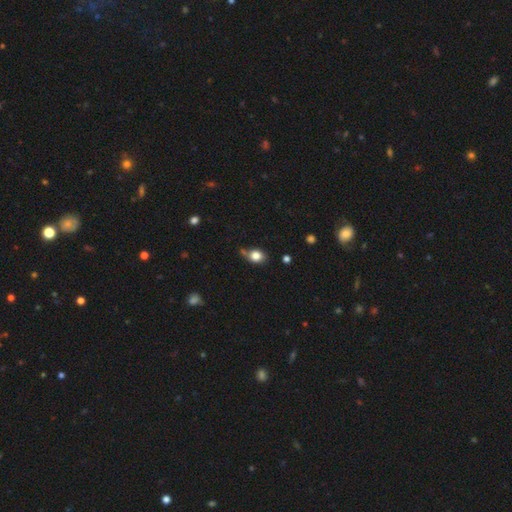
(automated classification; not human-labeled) The model was most divided on "how rounded": in between: 50%, round: 48%, cigar-shaped: 2%. More confident: smooth or featured — smooth (80%); merging — none (54%).